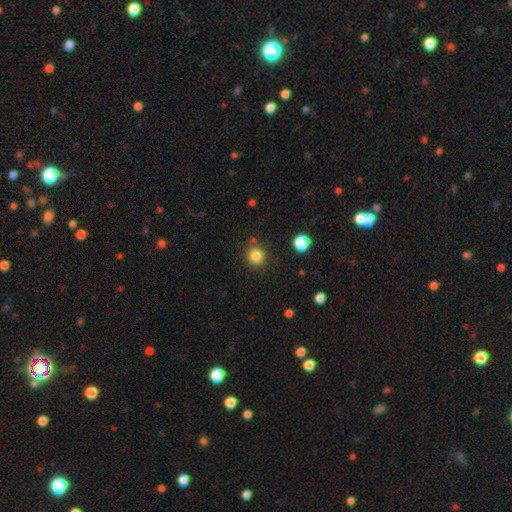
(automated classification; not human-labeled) A smooth galaxy with no disk features (84%) that is round (85%).

Vote fractions:
- Smooth or featured? smooth: 84% / star or artifact: 12% / featured or disk: 4%
- How rounded? round: 85% / in between: 14% / cigar-shaped: 1%
- Merging? none: 82% / minor disturbance: 10% / merger: 4% / major disturbance: 3%